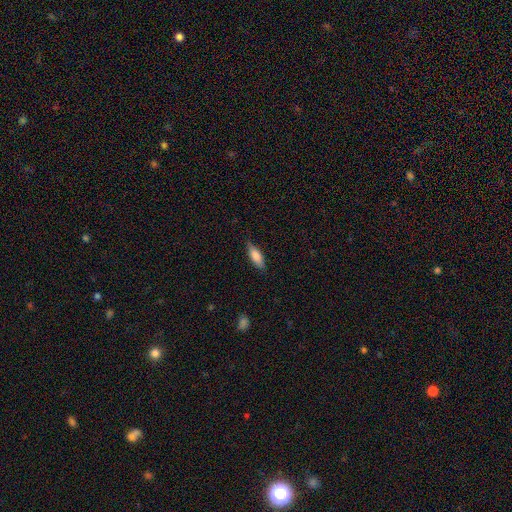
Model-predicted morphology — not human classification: Q: Smooth or featured?
A: smooth (79%); runner-up: featured or disk (15%)
Q: How rounded?
A: in between (63%); runner-up: cigar-shaped (35%)
Q: Merging?
A: none (80%); runner-up: minor disturbance (16%)